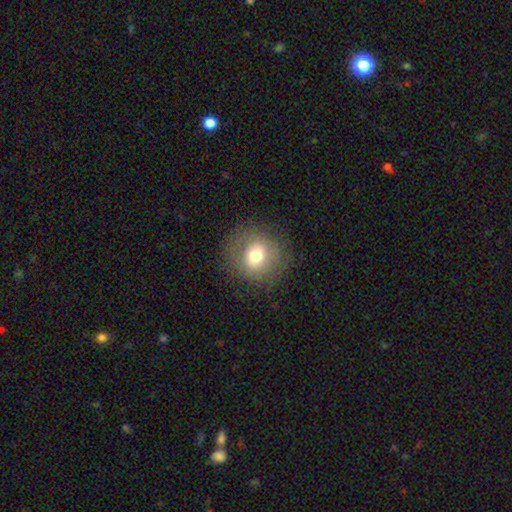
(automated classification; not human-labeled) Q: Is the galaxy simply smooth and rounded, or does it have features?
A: smooth — 68%.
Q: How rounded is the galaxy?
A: round — 87%.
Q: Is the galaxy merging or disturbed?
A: none — 82%.